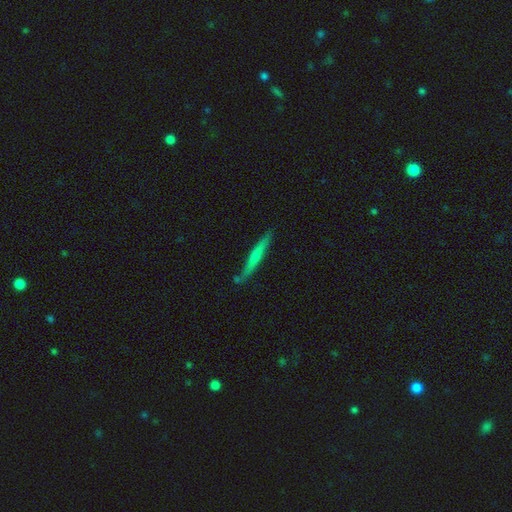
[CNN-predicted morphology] The model was most divided on "smooth or featured": smooth: 56%, featured or disk: 38%, star or artifact: 6%. More confident: how rounded — cigar-shaped (95%); merging — none (80%).